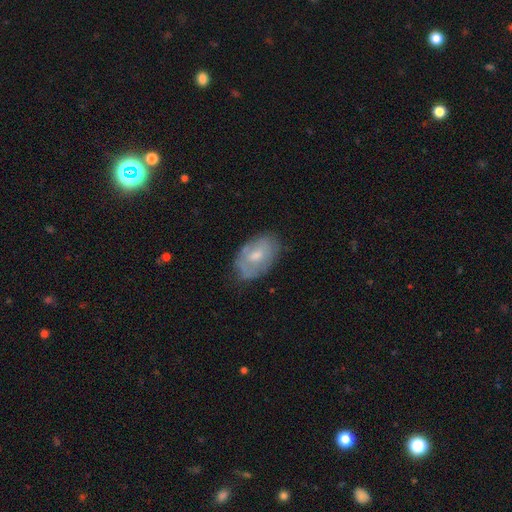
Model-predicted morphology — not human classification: Smooth or featured?
  - smooth: 50% *
  - featured or disk: 43%
  - star or artifact: 7%
Merging?
  - none: 64% *
  - minor disturbance: 27%
  - major disturbance: 8%
  - merger: 2%